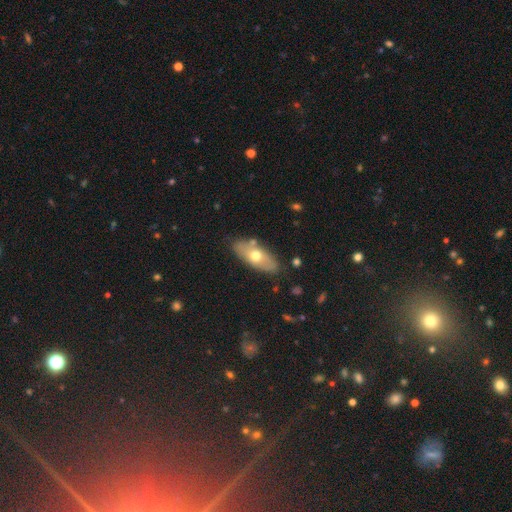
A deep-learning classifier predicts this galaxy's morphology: Overall: smooth (58%; featured or disk 36%). How rounded: in between (82%). Merging: none (80%).